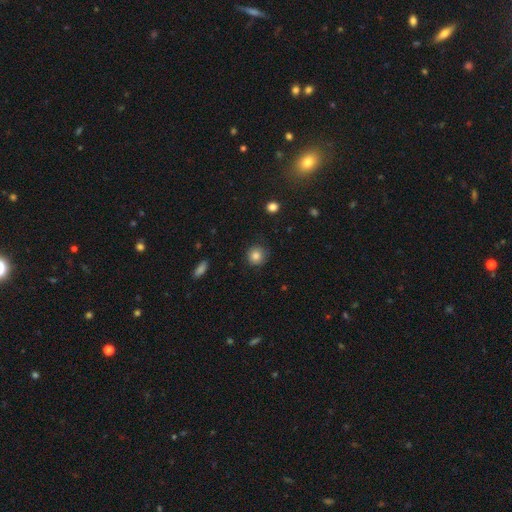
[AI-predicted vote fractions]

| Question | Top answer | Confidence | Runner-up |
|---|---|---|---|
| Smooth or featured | smooth | 84% | star or artifact (10%) |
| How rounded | round | 91% | in between (8%) |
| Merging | none | 83% | minor disturbance (12%) |